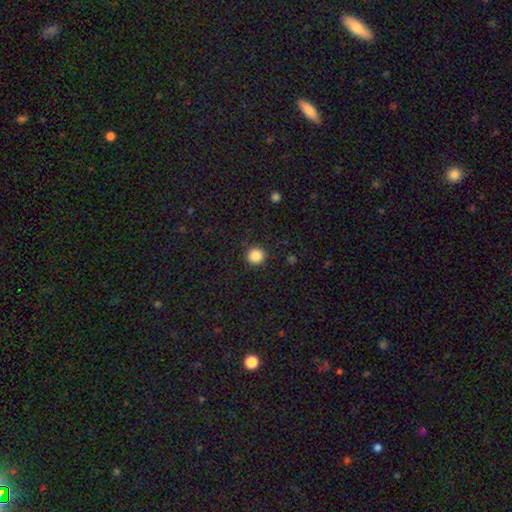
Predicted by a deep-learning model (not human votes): Smooth or featured? Predicted: smooth (p=0.87). How rounded? Predicted: round (p=0.94). Merging? Predicted: none (p=0.92).